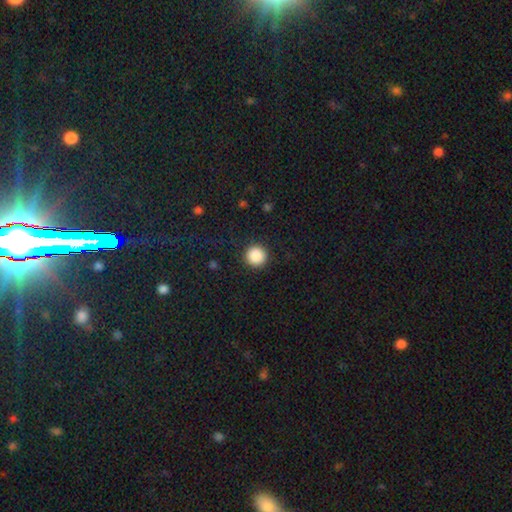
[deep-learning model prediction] Smooth or featured: smooth — 88% (star or artifact — 9%)
How rounded: round — 96% (in between — 3%)
Merging: none — 92% (minor disturbance — 5%)